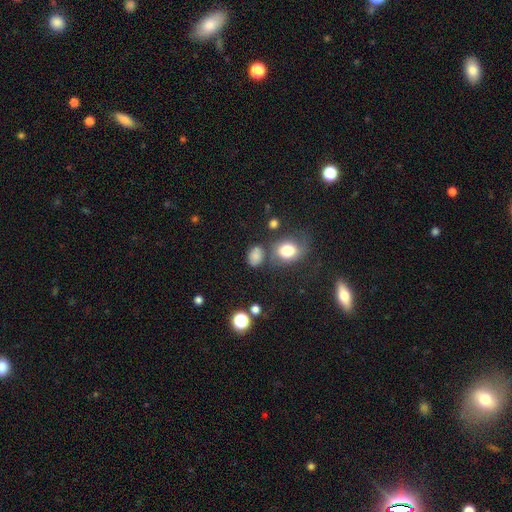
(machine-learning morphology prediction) smooth-or-featured: smooth: 78% | star or artifact: 14% | featured or disk: 8%
  how-rounded: in between: 61% | round: 37% | cigar-shaped: 2%
  merging: none: 62% | minor disturbance: 18% | merger: 12% | major disturbance: 8%